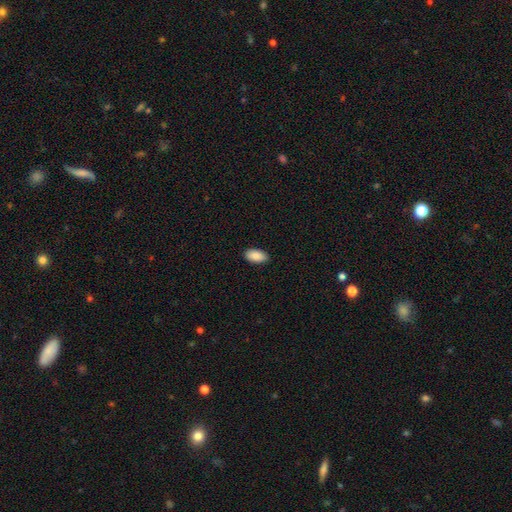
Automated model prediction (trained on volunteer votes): The model was most divided on "merging": none: 89%, minor disturbance: 8%, major disturbance: 2%, merger: 1%. More confident: how rounded — in between (95%); smooth or featured — smooth (90%).